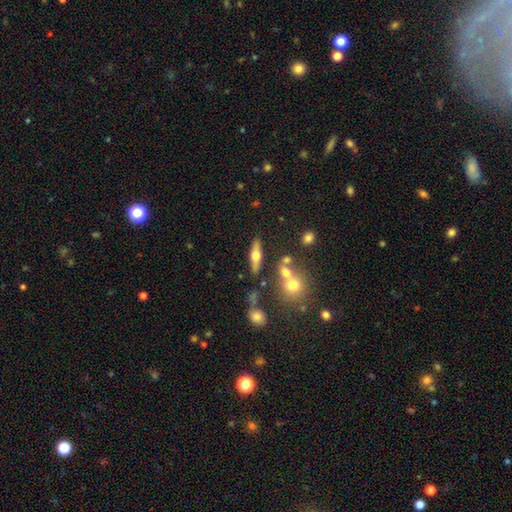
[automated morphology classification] Smooth or featured? Predicted: featured or disk (p=0.60). Edge-on disk? Predicted: yes (p=0.91). Edge-on bulge? Predicted: rounded (p=0.95). Merging? Predicted: none (p=0.78).